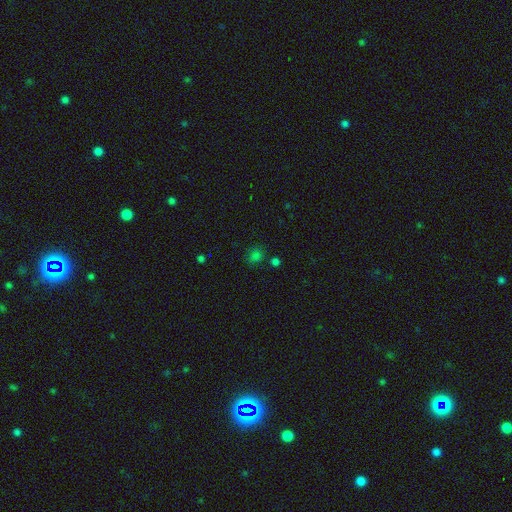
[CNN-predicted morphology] The model was most divided on "how rounded": round: 70%, in between: 29%, cigar-shaped: 1%. More confident: merging — none (76%); smooth or featured — smooth (71%).